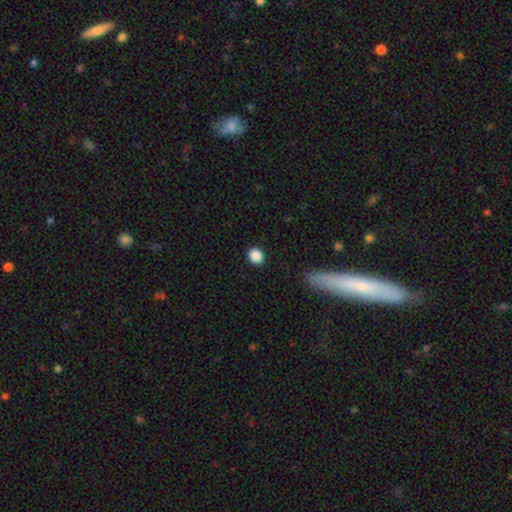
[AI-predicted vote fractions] A smooth galaxy with no disk features (87%) that is round (74%).

Vote fractions:
- Smooth or featured? smooth: 87% / star or artifact: 9% / featured or disk: 3%
- How rounded? round: 74% / in between: 25% / cigar-shaped: 1%
- Merging? none: 90% / minor disturbance: 6% / major disturbance: 2% / merger: 1%